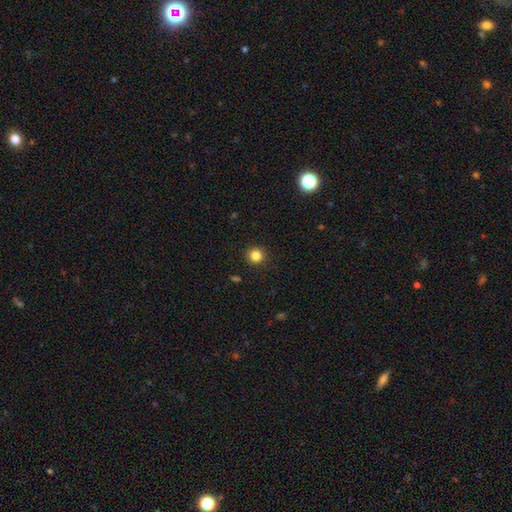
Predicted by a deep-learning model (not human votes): smooth_or_featured: smooth (p=0.83) [alt: star or artifact p=0.12]
how_rounded: round (p=0.94) [alt: in between p=0.05]
merging: none (p=0.92) [alt: minor disturbance p=0.05]